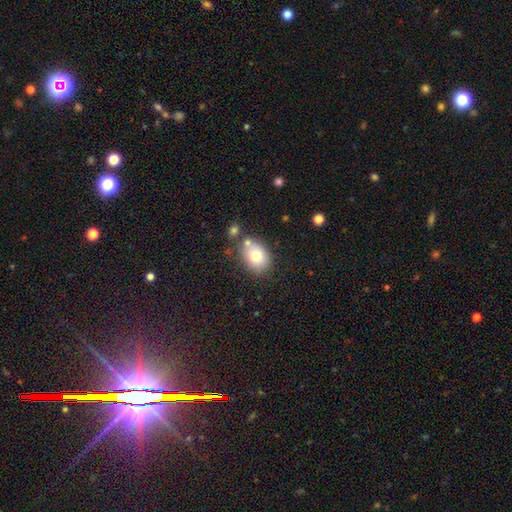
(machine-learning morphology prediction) A smooth galaxy with no disk features (75%) that is in between round and cigar-shaped (69%). Merging: none (65%).